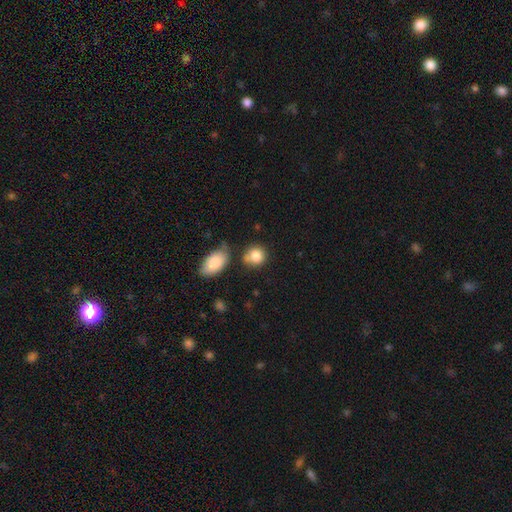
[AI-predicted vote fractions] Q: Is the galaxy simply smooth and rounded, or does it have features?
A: smooth — 84%.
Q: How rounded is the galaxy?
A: round — 77%.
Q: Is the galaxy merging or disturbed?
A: none — 60%.